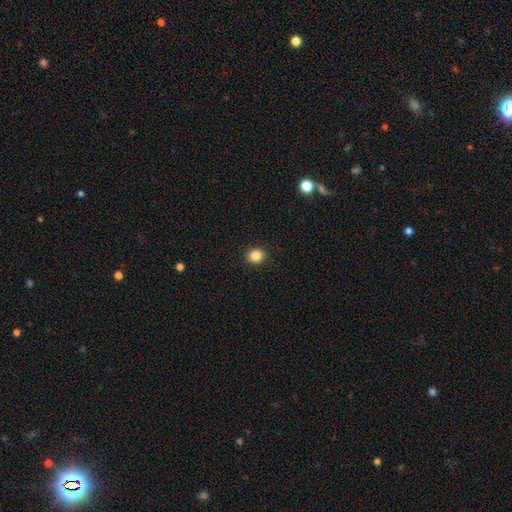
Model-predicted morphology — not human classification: Smooth or featured? Predicted: smooth (p=0.85). How rounded? Predicted: round (p=0.78). Merging? Predicted: none (p=0.92).